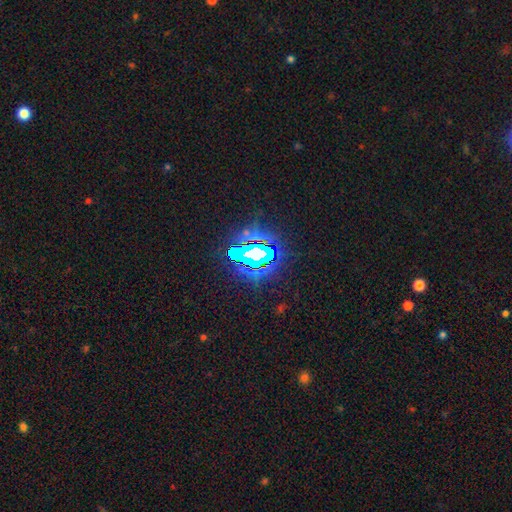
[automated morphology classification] star or artifact 71%, featured or disk 15%, smooth 14%.